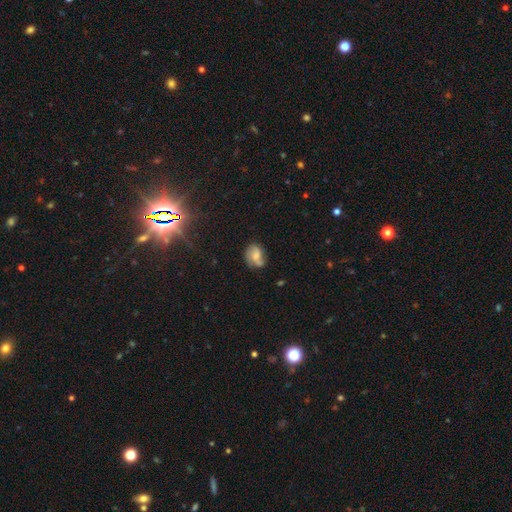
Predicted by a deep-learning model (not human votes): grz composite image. It shows a smooth galaxy with no disk features (46%). Merging: none (51%).